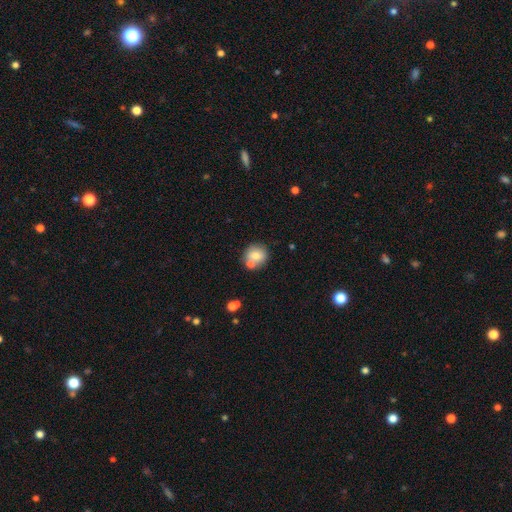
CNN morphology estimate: Smooth or featured? Predicted: smooth (p=0.73). How rounded? Predicted: round (p=0.87). Merging? Predicted: none (p=0.62).